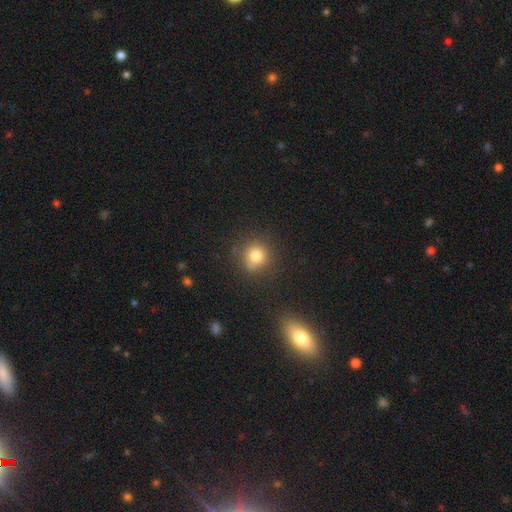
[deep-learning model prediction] Smooth or featured? smooth (79%)
How rounded? round (90%)
Merging? none (79%)